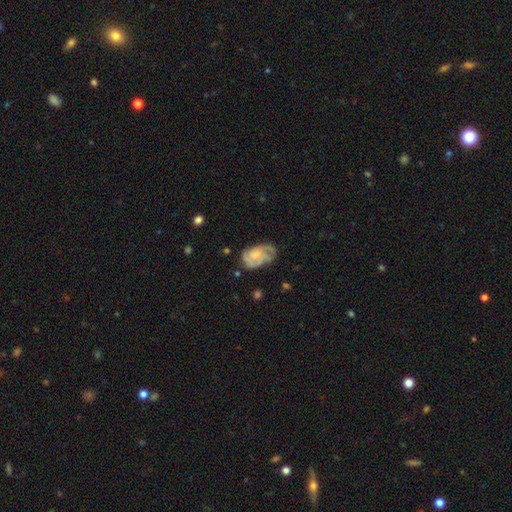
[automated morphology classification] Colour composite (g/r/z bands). It shows a featured or disk galaxy (69%) with no bar (71%), 3 (35%) tight (47%) spiral arms (90%) and no central bulge (37%). Merging: none (60%).